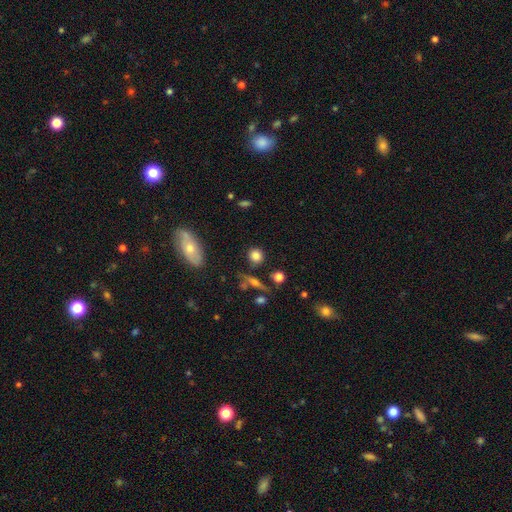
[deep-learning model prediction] Morphology: type=smooth (79%); roundness=round (87%); merging=none (82%).